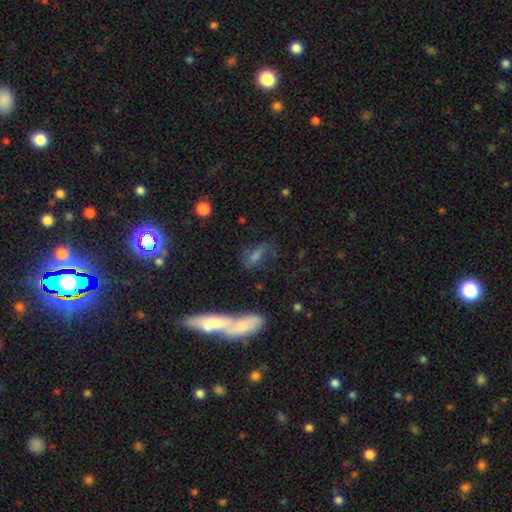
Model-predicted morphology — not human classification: smooth-or-featured: smooth: 48% | featured or disk: 33% | star or artifact: 18%
  merging: none: 49% | minor disturbance: 20% | merger: 17% | major disturbance: 14%